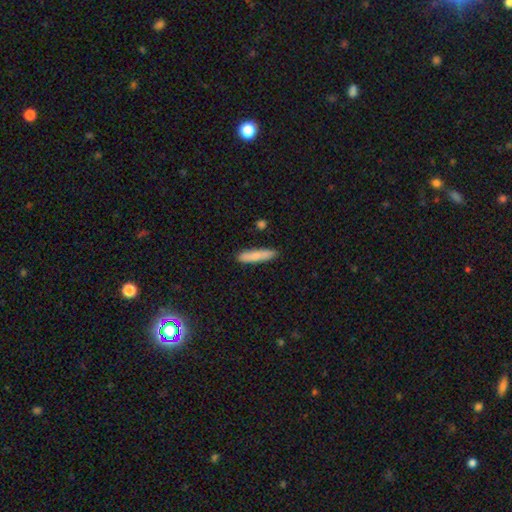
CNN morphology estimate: This appears to be a smooth galaxy with no disk features (80%) that is cigar-shaped (82%). Merging: none (85%).